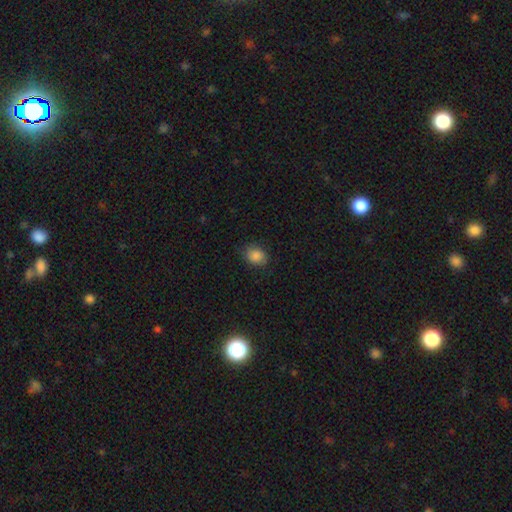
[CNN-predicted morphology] Q: Smooth or featured?
A: smooth (83%); runner-up: star or artifact (9%)
Q: How rounded?
A: round (54%); runner-up: in between (45%)
Q: Merging?
A: none (77%); runner-up: minor disturbance (17%)